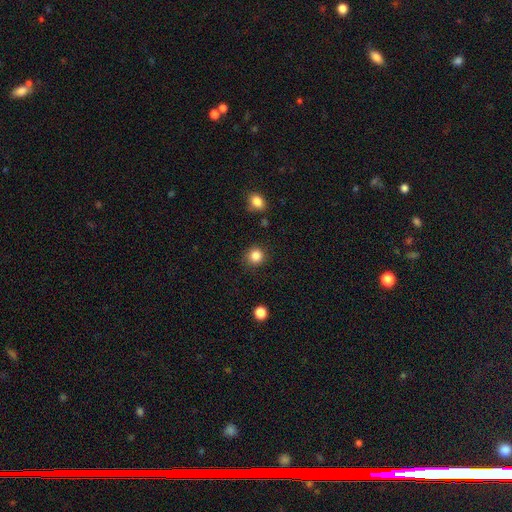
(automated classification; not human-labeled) A smooth galaxy with no disk features (86%) that is round (90%).

Vote fractions:
- Smooth or featured? smooth: 86% / star or artifact: 10% / featured or disk: 3%
- How rounded? round: 90% / in between: 9% / cigar-shaped: 1%
- Merging? none: 87% / minor disturbance: 8% / major disturbance: 3% / merger: 2%